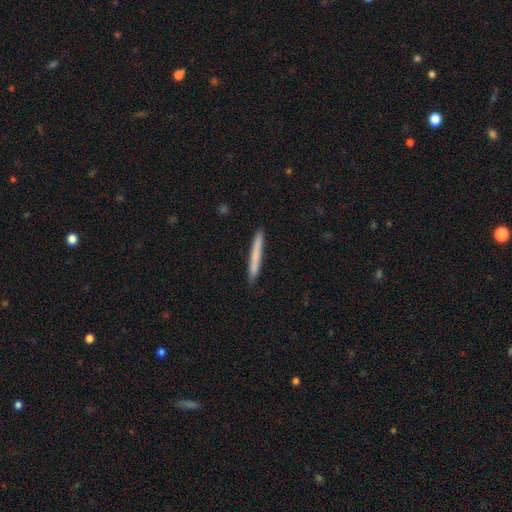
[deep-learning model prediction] smooth 72%, featured or disk 23%, star or artifact 6%. Down the decision tree: how rounded — cigar-shaped (97%); merging — none (91%).